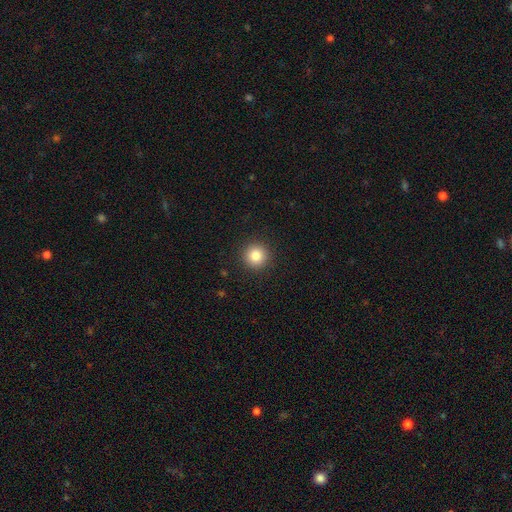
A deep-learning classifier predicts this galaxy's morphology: type=smooth (84%); roundness=round (95%); merging=none (92%).